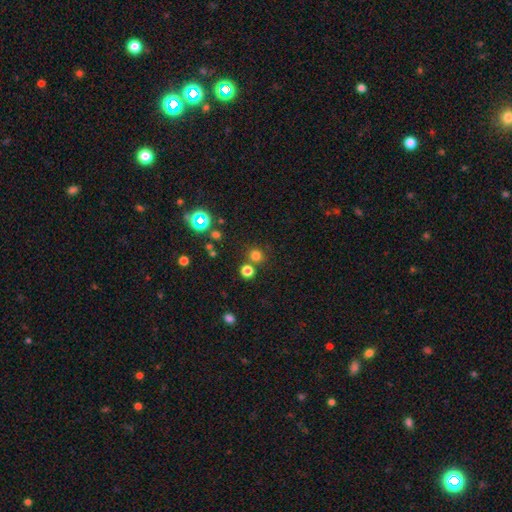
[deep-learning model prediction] A smooth galaxy with no disk features (72%) that is round (89%).

Vote fractions:
- Smooth or featured? smooth: 72% / star or artifact: 23% / featured or disk: 5%
- How rounded? round: 89% / in between: 10% / cigar-shaped: 1%
- Merging? none: 77% / merger: 13% / minor disturbance: 7% / major disturbance: 3%